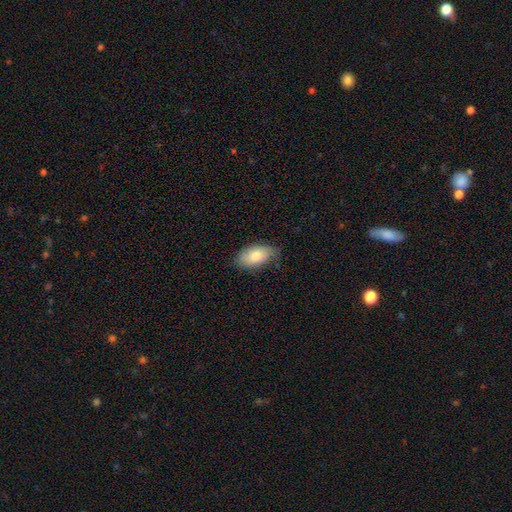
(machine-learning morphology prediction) Smooth or featured? Predicted: smooth (p=0.76). How rounded? Predicted: in between (p=0.93). Merging? Predicted: none (p=0.72).